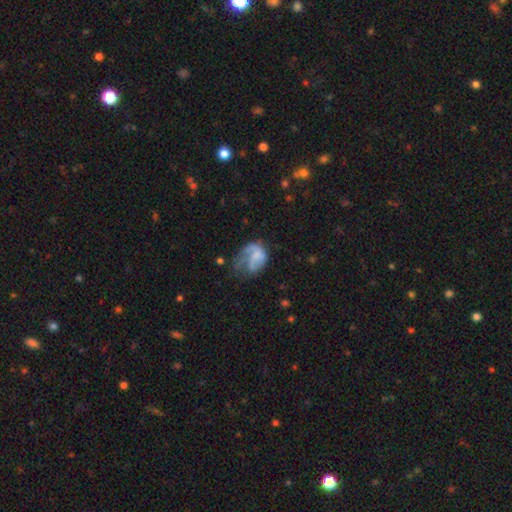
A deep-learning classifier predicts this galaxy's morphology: Q: Smooth or featured?
A: featured or disk (51%); runner-up: smooth (40%)
Q: Edge-on disk?
A: no (98%); runner-up: yes (2%)
Q: Merging?
A: major disturbance (49%); runner-up: none (24%)